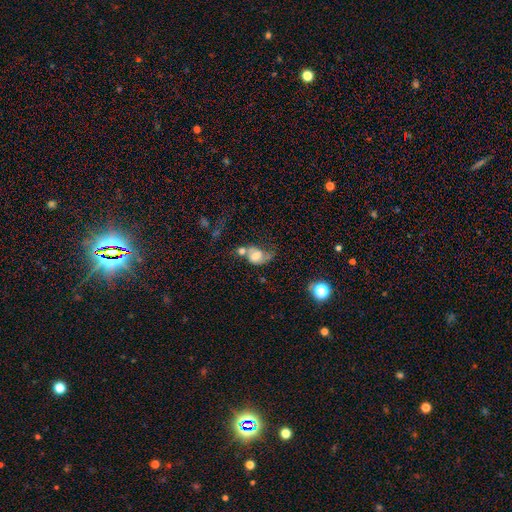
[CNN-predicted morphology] smooth_or_featured: smooth (p=0.45) [alt: featured or disk p=0.44]
merging: merger (p=0.38) [alt: none p=0.25]